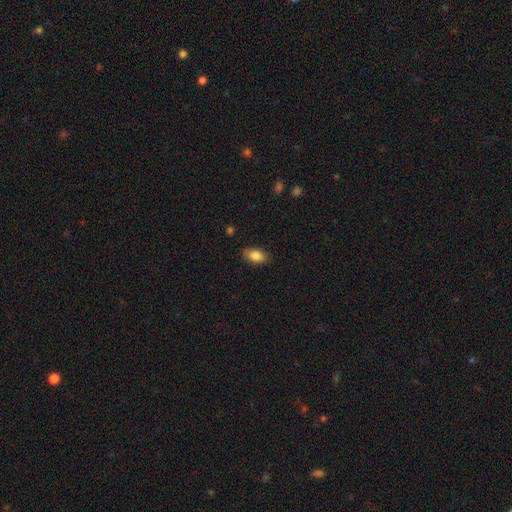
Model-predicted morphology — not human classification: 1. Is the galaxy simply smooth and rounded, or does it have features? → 85% smooth, 8% featured or disk, 7% star or artifact.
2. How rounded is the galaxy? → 91% in between, 5% round, 3% cigar-shaped.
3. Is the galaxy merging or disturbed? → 84% none, 12% minor disturbance, 3% major disturbance, 1% merger.